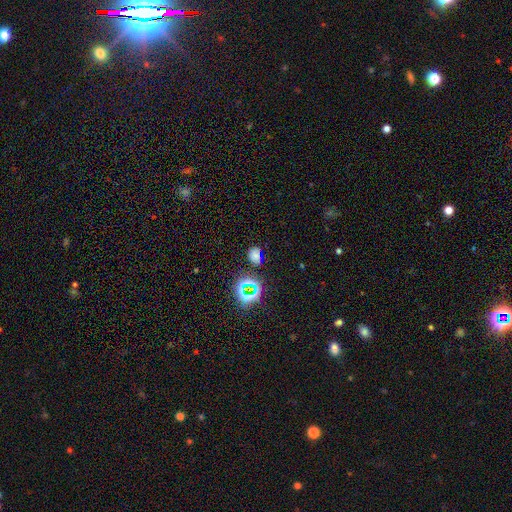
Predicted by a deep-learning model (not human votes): This is possibly a smooth galaxy (53%). How rounded: possibly in between (57%). Merging: likely none (70%).